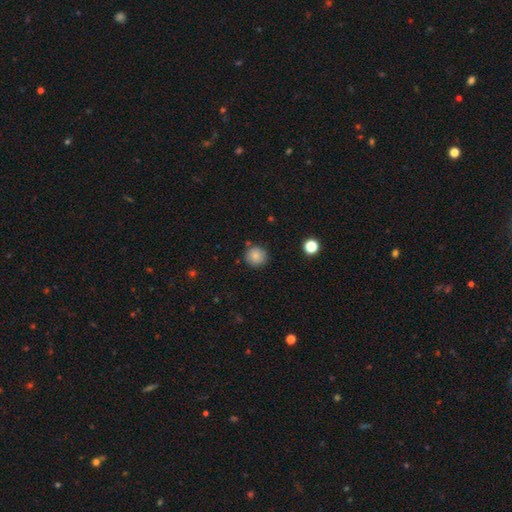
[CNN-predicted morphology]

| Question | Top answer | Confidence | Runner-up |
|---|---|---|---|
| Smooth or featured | smooth | 84% | star or artifact (10%) |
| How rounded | round | 93% | in between (6%) |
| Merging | none | 84% | minor disturbance (10%) |